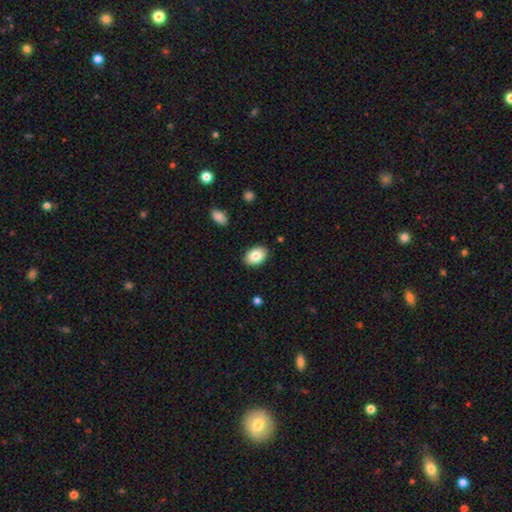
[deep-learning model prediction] A smooth galaxy with no disk features (83%) that is in between round and cigar-shaped (84%).

Vote fractions:
- Smooth or featured? smooth: 83% / featured or disk: 10% / star or artifact: 7%
- How rounded? in between: 84% / round: 15% / cigar-shaped: 1%
- Merging? none: 88% / minor disturbance: 9% / major disturbance: 2% / merger: 1%